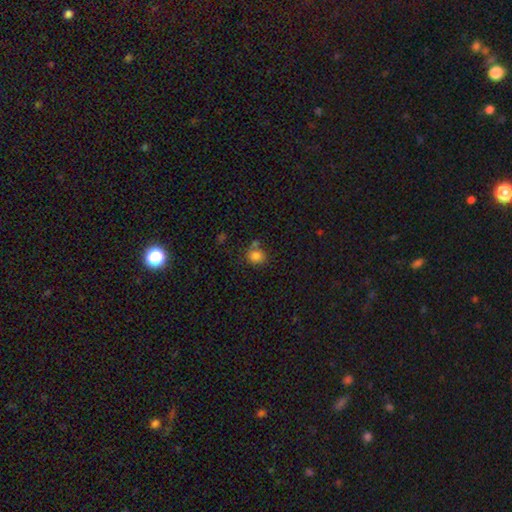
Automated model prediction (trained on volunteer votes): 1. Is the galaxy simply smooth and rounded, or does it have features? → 81% smooth, 13% star or artifact, 6% featured or disk.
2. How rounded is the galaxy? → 73% round, 26% in between, 1% cigar-shaped.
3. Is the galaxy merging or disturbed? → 59% none, 19% merger, 16% minor disturbance, 6% major disturbance.